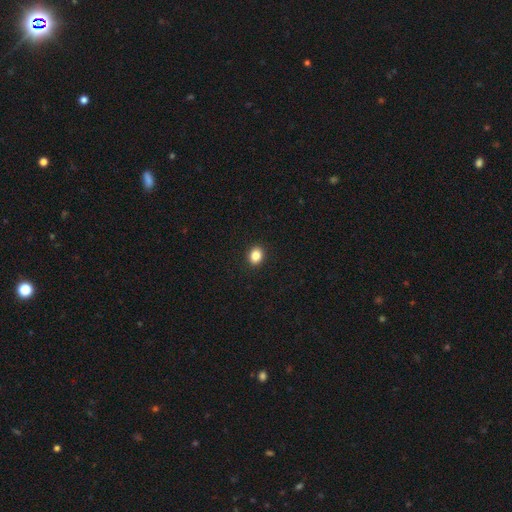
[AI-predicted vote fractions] Smooth or featured?
  - smooth: 85% *
  - star or artifact: 10%
  - featured or disk: 5%
How rounded?
  - round: 50% *
  - in between: 49%
  - cigar-shaped: 1%
Merging?
  - none: 92% *
  - minor disturbance: 6%
  - major disturbance: 2%
  - merger: 1%